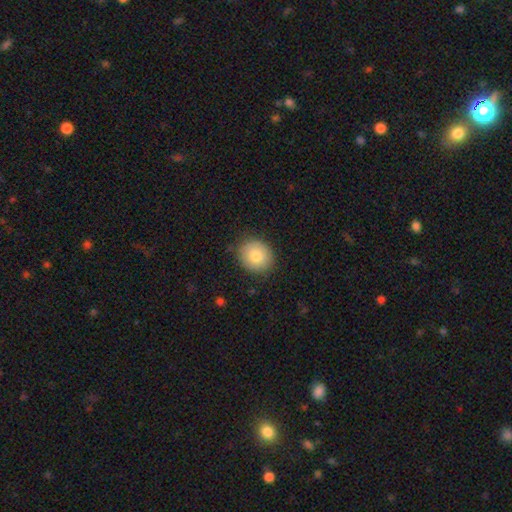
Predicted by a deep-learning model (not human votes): Overall: smooth (81%). How rounded: round (79%). Merging: none (86%).